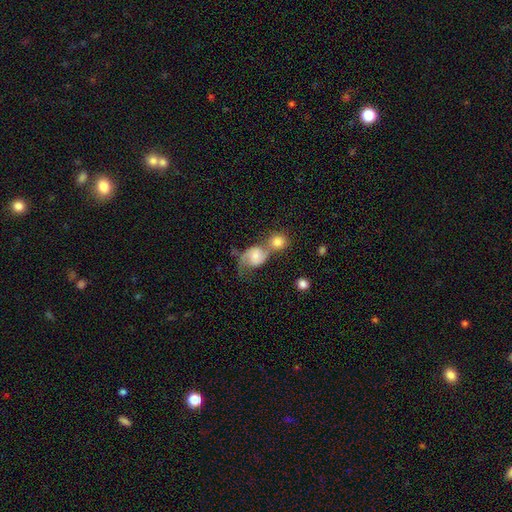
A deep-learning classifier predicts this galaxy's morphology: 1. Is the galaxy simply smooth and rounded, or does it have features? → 63% featured or disk, 28% smooth, 9% star or artifact.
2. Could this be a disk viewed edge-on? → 97% no, 3% yes.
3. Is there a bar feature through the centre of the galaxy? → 63% no, 31% weak, 6% strong.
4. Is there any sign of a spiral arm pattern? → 89% yes, 11% no.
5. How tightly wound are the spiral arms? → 43% medium, 40% loose, 17% tight.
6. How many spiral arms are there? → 73% 2, 16% 1, 7% can't tell, 2% 3, 1% 4, 1% more than 4.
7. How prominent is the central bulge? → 41% moderate, 39% small, 9% none, 8% large, 2% dominant.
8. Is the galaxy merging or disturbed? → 53% merger, 23% none, 13% major disturbance, 12% minor disturbance.